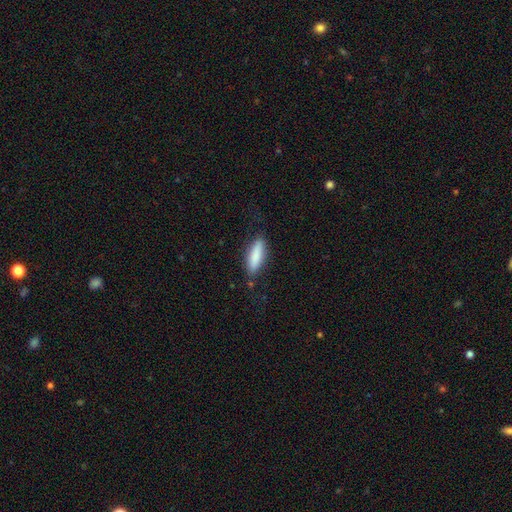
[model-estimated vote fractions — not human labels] smooth 83%, featured or disk 11%, star or artifact 6%. Down the decision tree: how rounded — cigar-shaped (58%); merging — none (81%).